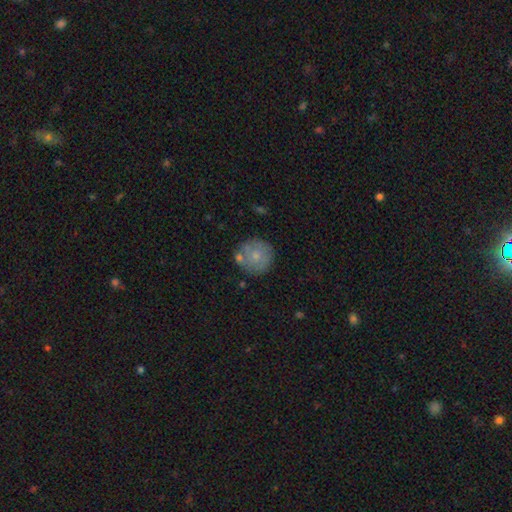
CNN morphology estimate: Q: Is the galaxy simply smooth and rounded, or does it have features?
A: smooth — 63%.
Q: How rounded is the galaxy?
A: round — 93%.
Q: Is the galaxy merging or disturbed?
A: none — 69%.